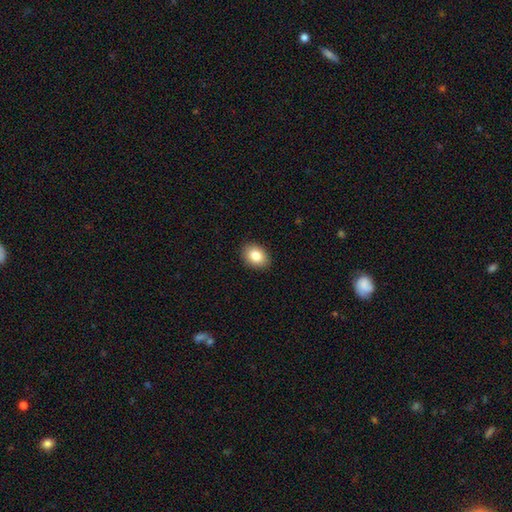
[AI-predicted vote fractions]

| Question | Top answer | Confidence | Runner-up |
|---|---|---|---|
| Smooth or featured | smooth | 85% | star or artifact (8%) |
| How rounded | in between | 71% | round (28%) |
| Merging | none | 90% | minor disturbance (8%) |